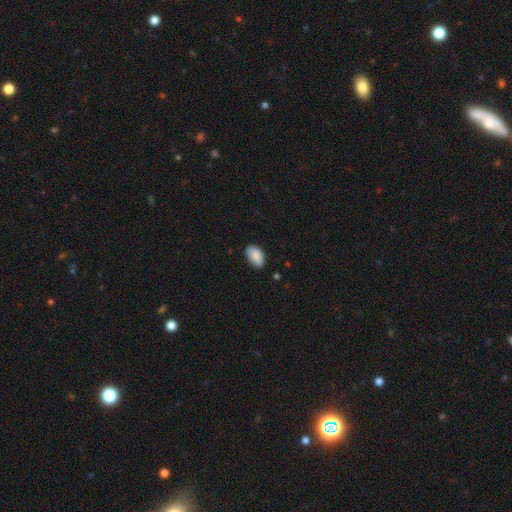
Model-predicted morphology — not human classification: smooth-or-featured: smooth: 89% | star or artifact: 6% | featured or disk: 5%
  how-rounded: in between: 94% | round: 5% | cigar-shaped: 1%
  merging: none: 85% | minor disturbance: 12% | major disturbance: 2% | merger: 1%